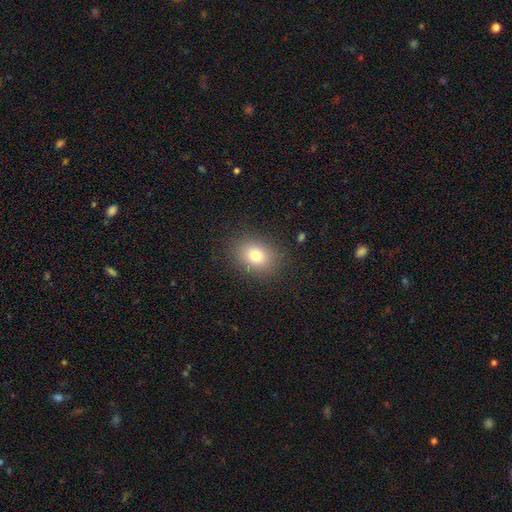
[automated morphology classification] This appears to be a smooth galaxy with no disk features (79%) that is in between round and cigar-shaped (61%). Merging: none (87%).